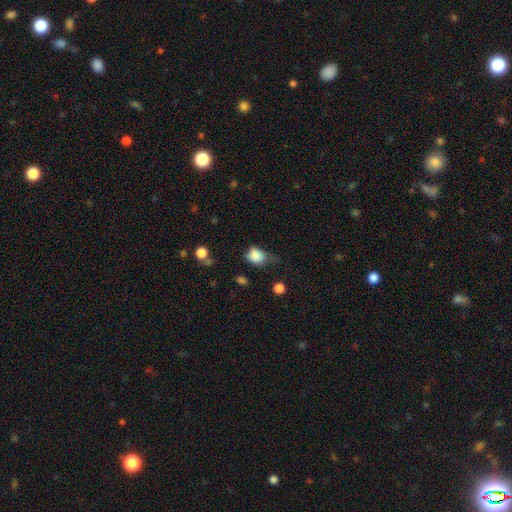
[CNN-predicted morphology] A smooth galaxy with no disk features (82%) that is in between round and cigar-shaped (56%).

Vote fractions:
- Smooth or featured? smooth: 82% / star or artifact: 9% / featured or disk: 8%
- How rounded? in between: 56% / round: 42% / cigar-shaped: 1%
- Merging? minor disturbance: 42% / none: 35% / major disturbance: 19% / merger: 4%